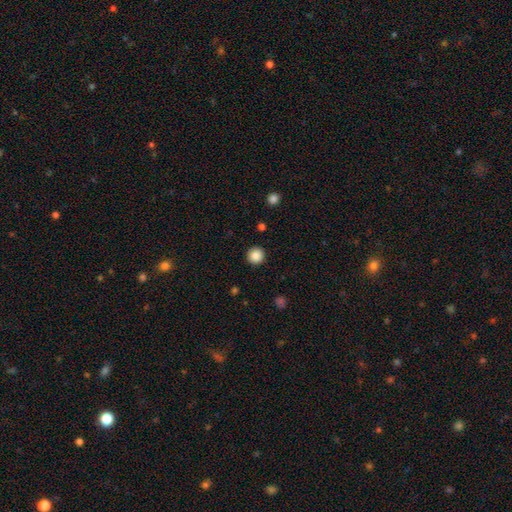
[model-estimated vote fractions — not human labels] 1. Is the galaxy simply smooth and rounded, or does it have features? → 87% smooth, 10% star or artifact, 3% featured or disk.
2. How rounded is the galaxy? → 95% round, 4% in between, 1% cigar-shaped.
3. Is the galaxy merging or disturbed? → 92% none, 5% minor disturbance, 2% major disturbance, 1% merger.